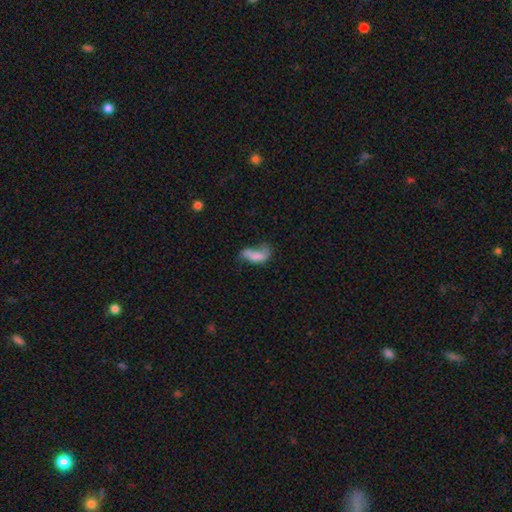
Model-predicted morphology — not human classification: Smooth or featured: smooth — 59% (featured or disk — 29%)
How rounded: in between — 80% (cigar-shaped — 15%)
Merging: major disturbance — 41% (minor disturbance — 23%)